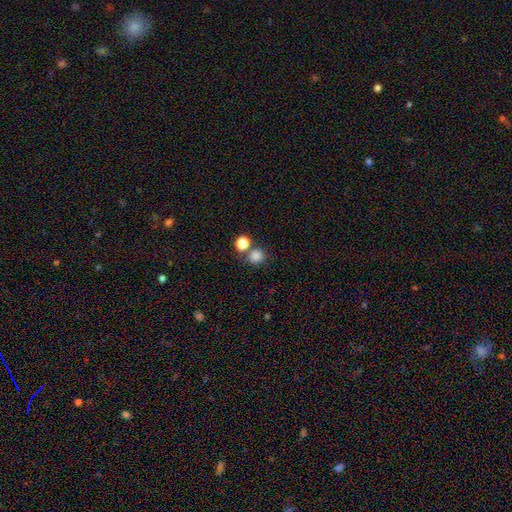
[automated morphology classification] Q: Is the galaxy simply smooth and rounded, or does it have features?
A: smooth — 83%.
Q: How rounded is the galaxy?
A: round — 90%.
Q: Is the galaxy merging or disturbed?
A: none — 68%.